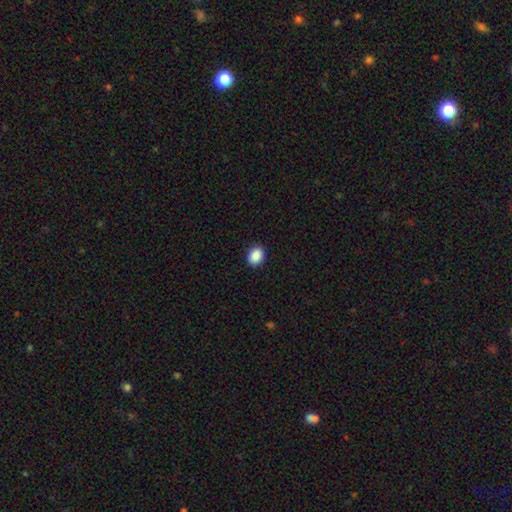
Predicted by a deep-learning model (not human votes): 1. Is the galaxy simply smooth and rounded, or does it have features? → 89% smooth, 8% star or artifact, 3% featured or disk.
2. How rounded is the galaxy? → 61% in between, 38% round, 1% cigar-shaped.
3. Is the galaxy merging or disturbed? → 90% none, 7% minor disturbance, 2% major disturbance, 1% merger.